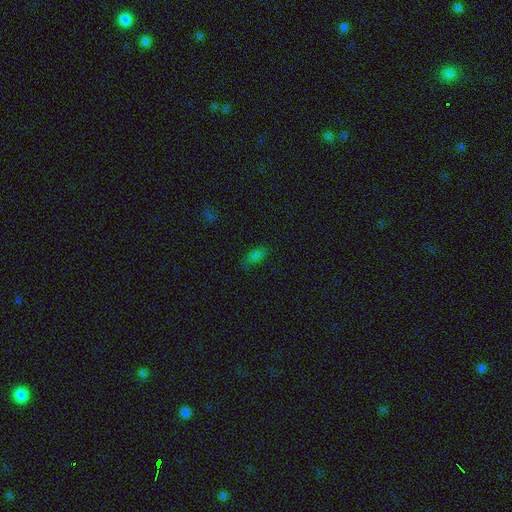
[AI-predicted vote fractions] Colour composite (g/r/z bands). It shows a smooth galaxy with no disk features (77%) that is in between round and cigar-shaped (86%). Merging: none (70%).